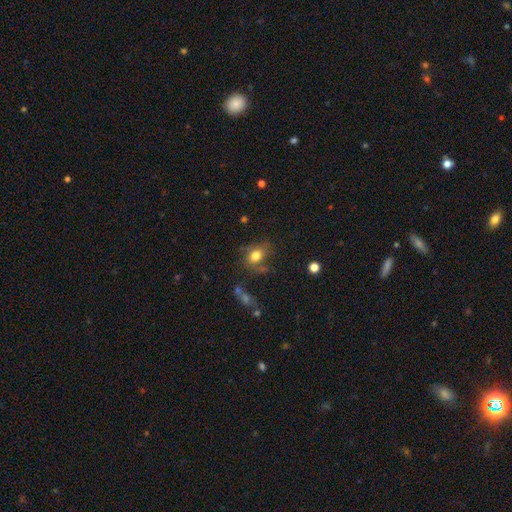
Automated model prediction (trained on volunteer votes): Smooth or featured: smooth — 75% (featured or disk — 13%)
How rounded: in between — 59% (round — 39%)
Merging: none — 61% (minor disturbance — 22%)